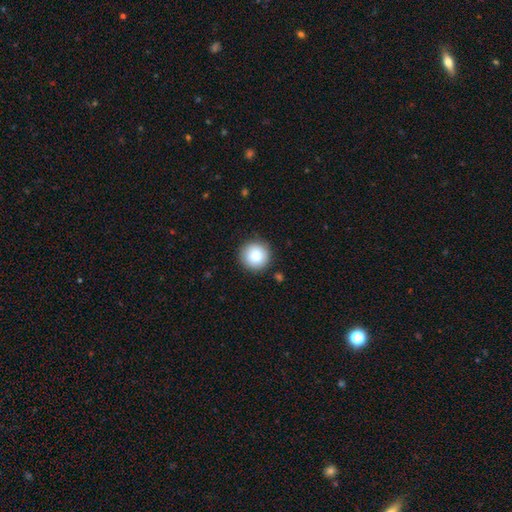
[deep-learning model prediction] Morphology: type=smooth (83%); roundness=round (95%); merging=none (89%).